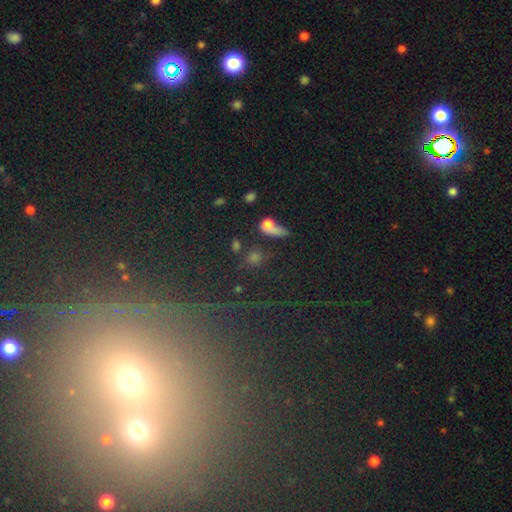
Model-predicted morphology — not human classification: type=smooth (44%); merging=none (64%).